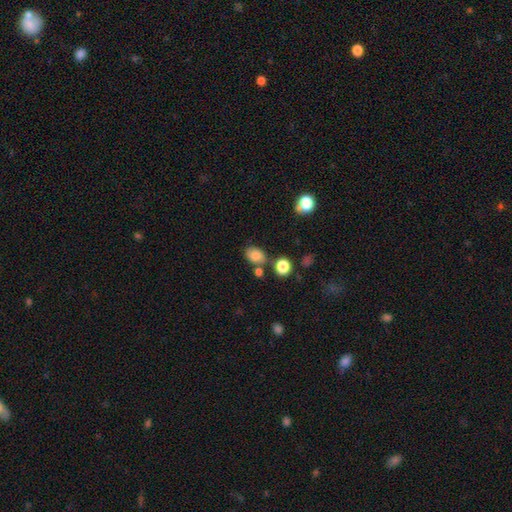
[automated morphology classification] Smooth or featured? Predicted: smooth (p=0.80). How rounded? Predicted: in between (p=0.68). Merging? Predicted: none (p=0.66).